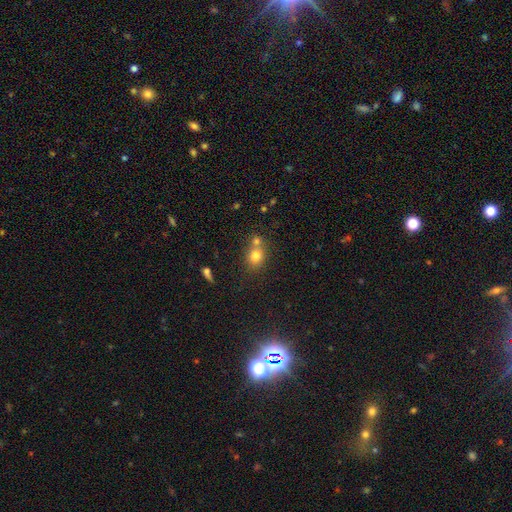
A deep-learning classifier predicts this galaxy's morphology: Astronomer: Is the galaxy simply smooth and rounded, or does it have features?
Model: smooth — 76%.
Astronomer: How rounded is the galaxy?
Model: round — 70%.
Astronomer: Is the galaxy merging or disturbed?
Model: none — 51% (runner-up: merger, 36%).